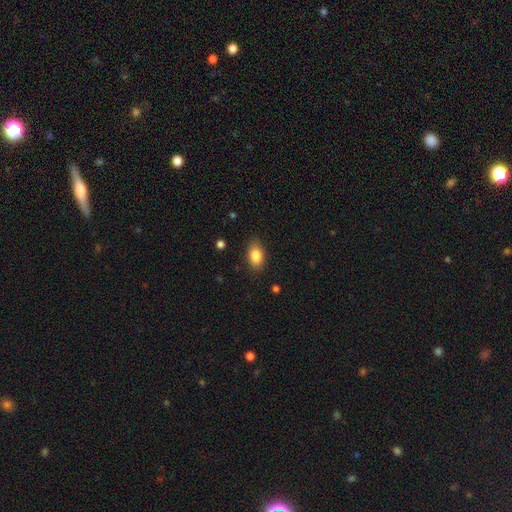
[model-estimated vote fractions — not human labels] Overall: smooth (86%). How rounded: in between (87%). Merging: none (83%).